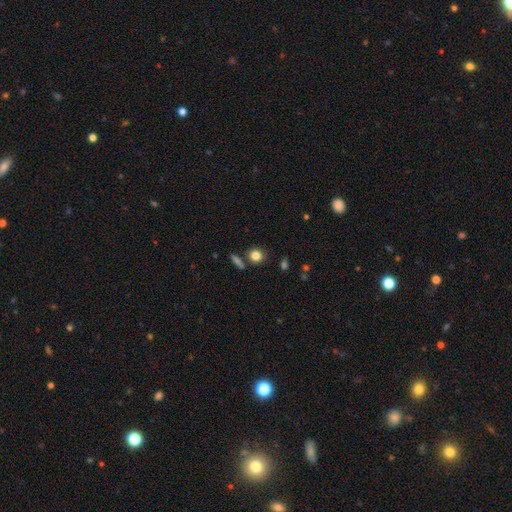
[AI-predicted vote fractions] The model was most divided on "how rounded": round: 81%, in between: 17%, cigar-shaped: 2%. More confident: smooth or featured — smooth (83%); merging — none (78%).